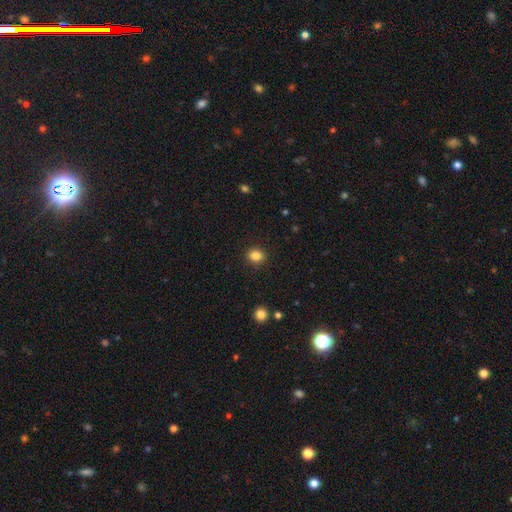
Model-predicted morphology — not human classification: Smooth or featured? smooth (85%)
How rounded? round (74%)
Merging? none (90%)